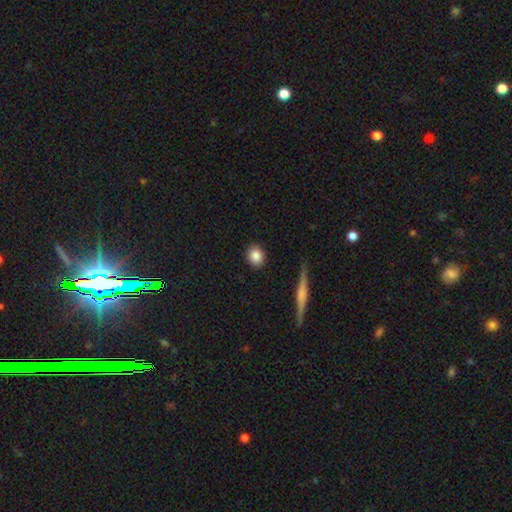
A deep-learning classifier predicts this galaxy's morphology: type=smooth (86%); roundness=round (65%); merging=none (89%).